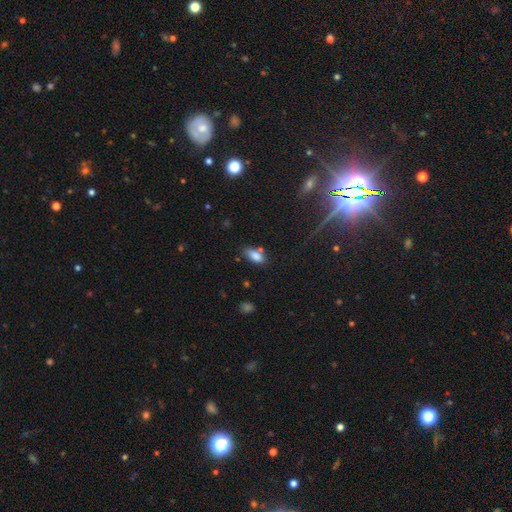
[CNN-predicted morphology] smooth 82%, star or artifact 9%, featured or disk 9%. Down the decision tree: how rounded — in between (86%); merging — none (66%).